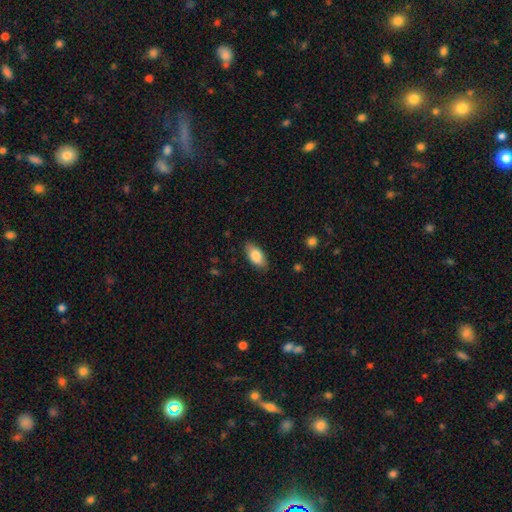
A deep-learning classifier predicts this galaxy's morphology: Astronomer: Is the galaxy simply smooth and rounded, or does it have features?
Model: smooth — 83%.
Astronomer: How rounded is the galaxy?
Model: in between — 91%.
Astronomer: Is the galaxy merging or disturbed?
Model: none — 83%.